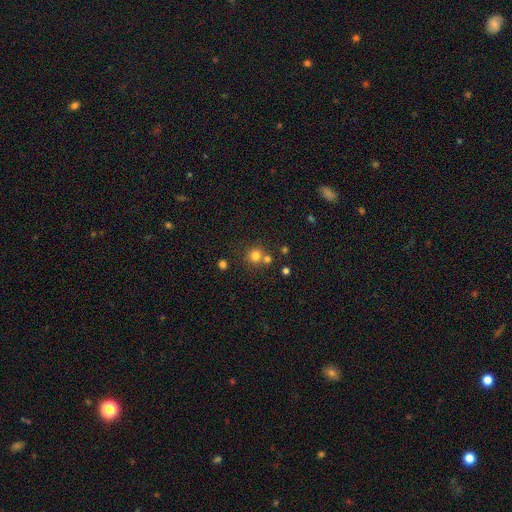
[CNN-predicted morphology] Smooth or featured: smooth — 77% (star or artifact — 16%)
How rounded: round — 90% (in between — 9%)
Merging: none — 65% (merger — 24%)